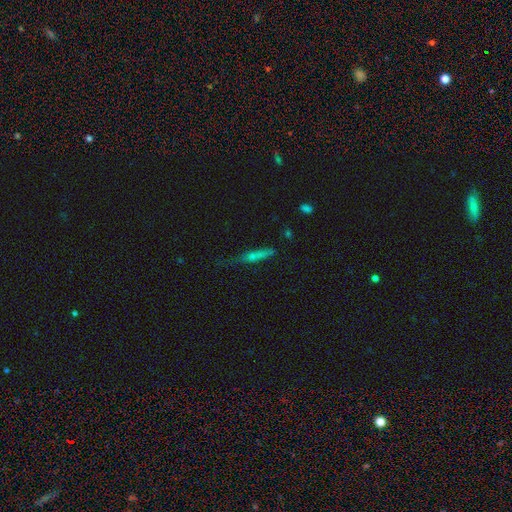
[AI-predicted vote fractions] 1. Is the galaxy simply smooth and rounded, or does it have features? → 56% smooth, 31% featured or disk, 13% star or artifact.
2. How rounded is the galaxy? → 85% cigar-shaped, 12% in between, 3% round.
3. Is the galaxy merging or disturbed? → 57% none, 28% minor disturbance, 11% major disturbance, 4% merger.